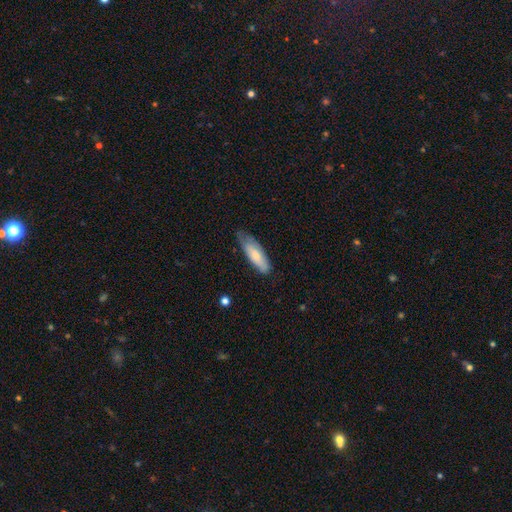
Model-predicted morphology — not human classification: Overall: smooth (72%). How rounded: in between (55%; cigar-shaped 43%). Merging: none (55%; minor disturbance 35%).